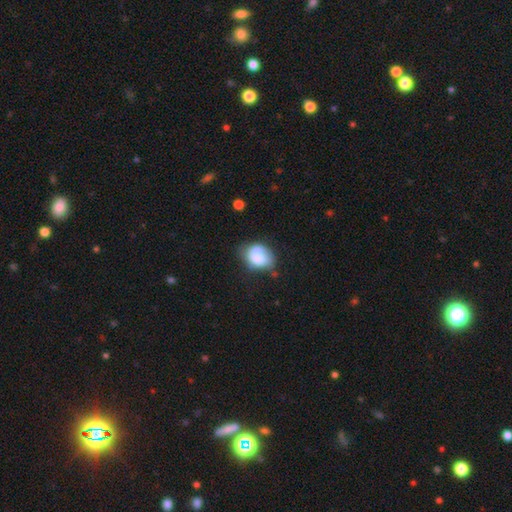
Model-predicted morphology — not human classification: smooth-or-featured: smooth: 70% | featured or disk: 22% | star or artifact: 8%
  how-rounded: in between: 58% | round: 41% | cigar-shaped: 1%
  merging: none: 44% | minor disturbance: 31% | major disturbance: 16% | merger: 9%